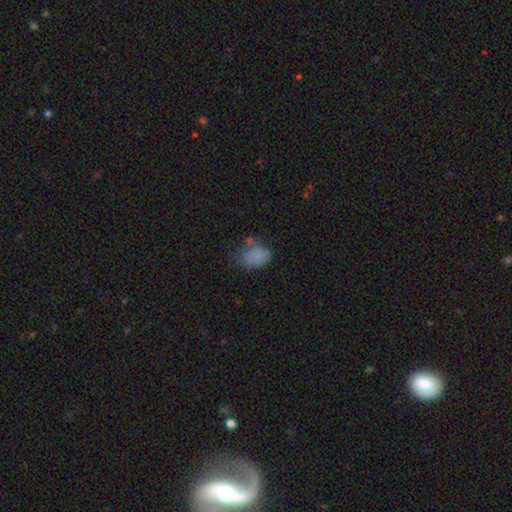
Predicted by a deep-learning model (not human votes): A smooth galaxy with no disk features (77%) that is in between round and cigar-shaped (76%). Merging: none (46%).